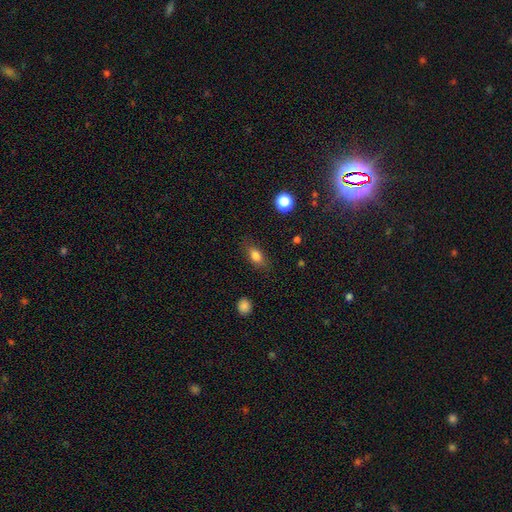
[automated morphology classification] smooth_or_featured: smooth (p=0.81) [alt: star or artifact p=0.09]
how_rounded: in between (p=0.80) [alt: round p=0.12]
merging: none (p=0.82) [alt: minor disturbance p=0.13]